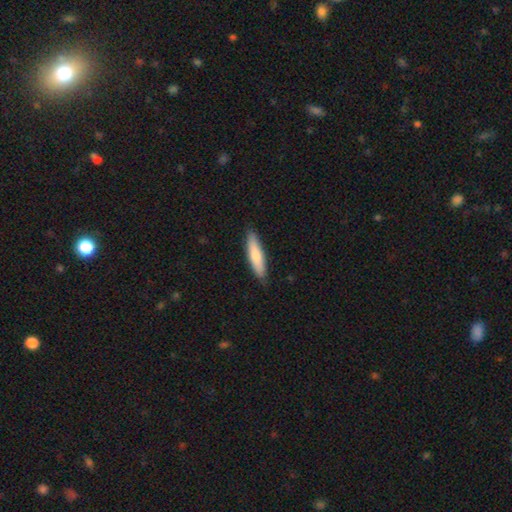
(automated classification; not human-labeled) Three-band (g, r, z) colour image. It shows a smooth galaxy with no disk features (74%) that is cigar-shaped (74%). Merging: none (86%).